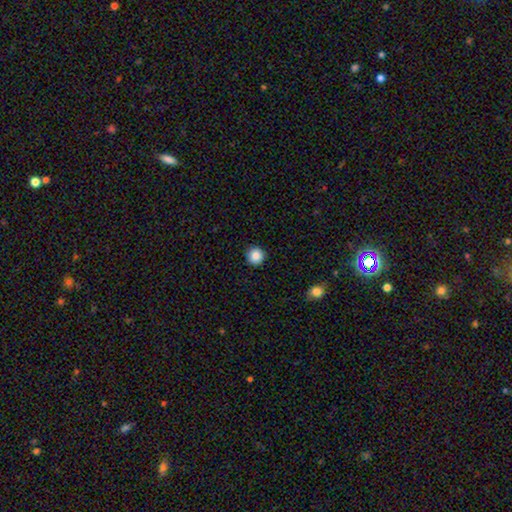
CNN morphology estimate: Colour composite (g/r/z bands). It shows a smooth galaxy with no disk features (87%) that is round (96%). Merging: none (93%).